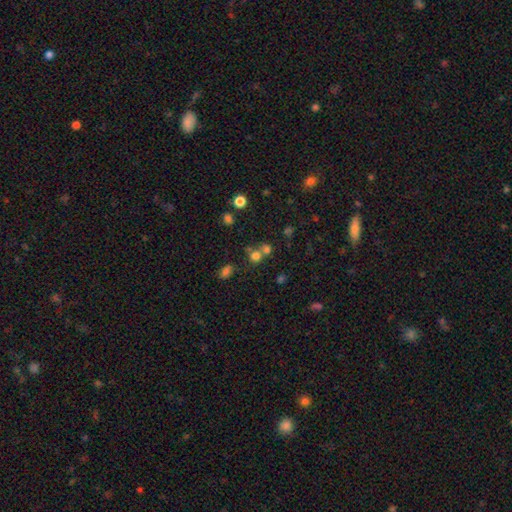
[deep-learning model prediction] A smooth galaxy with no disk features (70%) that is round (82%).

Vote fractions:
- Smooth or featured? smooth: 70% / star or artifact: 20% / featured or disk: 10%
- How rounded? round: 82% / in between: 17% / cigar-shaped: 1%
- Merging? none: 49% / merger: 39% / minor disturbance: 8% / major disturbance: 4%